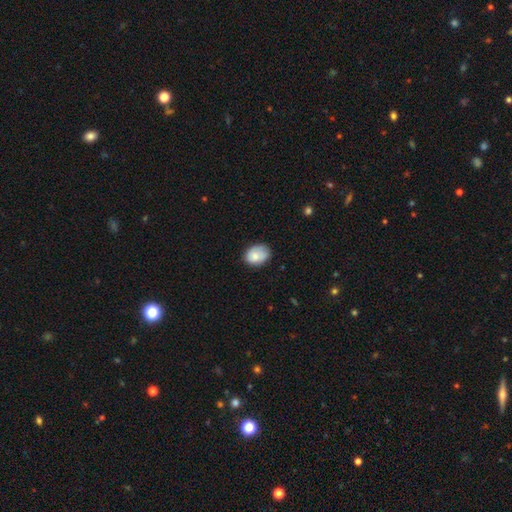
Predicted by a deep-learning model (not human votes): smooth 78%, featured or disk 15%, star or artifact 7%. Down the decision tree: how rounded — in between (74%); merging — none (66%).